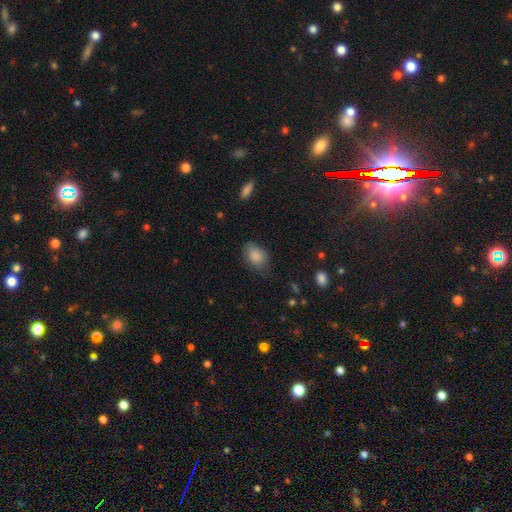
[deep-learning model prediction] This appears to be a smooth galaxy with no disk features (85%) that is in between round and cigar-shaped (82%). Merging: none (58%).